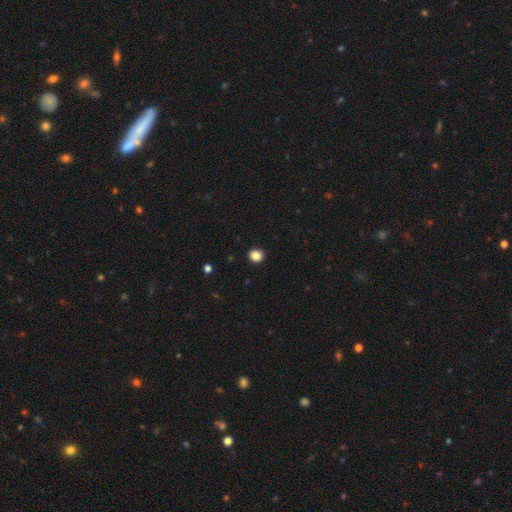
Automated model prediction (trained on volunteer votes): Smooth or featured: smooth — 86% (star or artifact — 11%)
How rounded: round — 84% (in between — 15%)
Merging: none — 92% (minor disturbance — 5%)